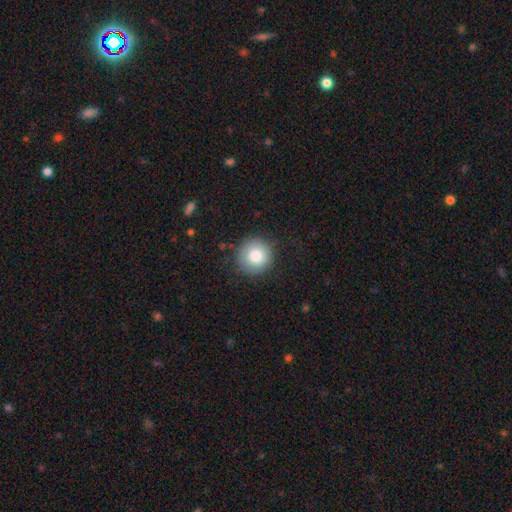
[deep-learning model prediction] smooth-or-featured: smooth: 82% | featured or disk: 10% | star or artifact: 9%
  how-rounded: round: 94% | in between: 5% | cigar-shaped: 1%
  merging: none: 83% | minor disturbance: 11% | major disturbance: 4% | merger: 1%